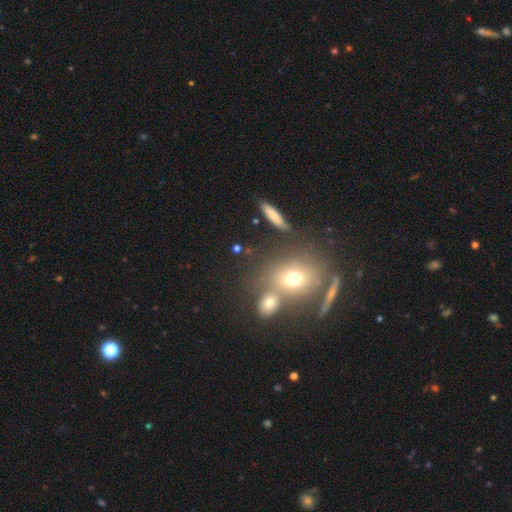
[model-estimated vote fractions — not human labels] A smooth galaxy with no disk features (47%). Merging: none (52%).